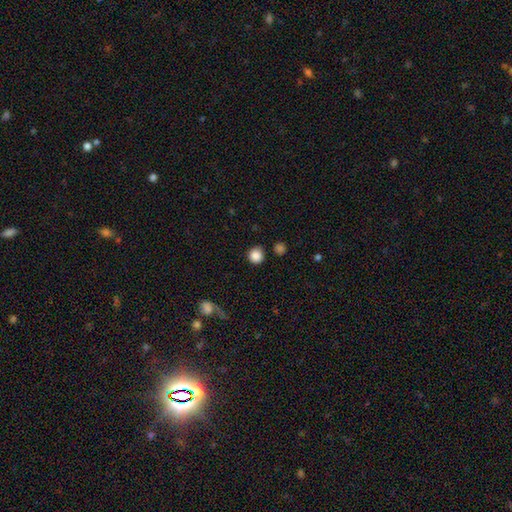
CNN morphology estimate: Smooth or featured? Predicted: smooth (p=0.86). How rounded? Predicted: round (p=0.93). Merging? Predicted: none (p=0.84).